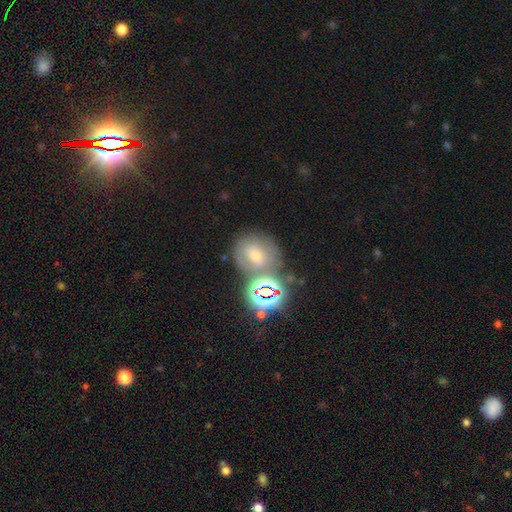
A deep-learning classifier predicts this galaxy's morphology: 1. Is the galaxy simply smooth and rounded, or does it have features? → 39% star or artifact, 32% smooth, 28% featured or disk.